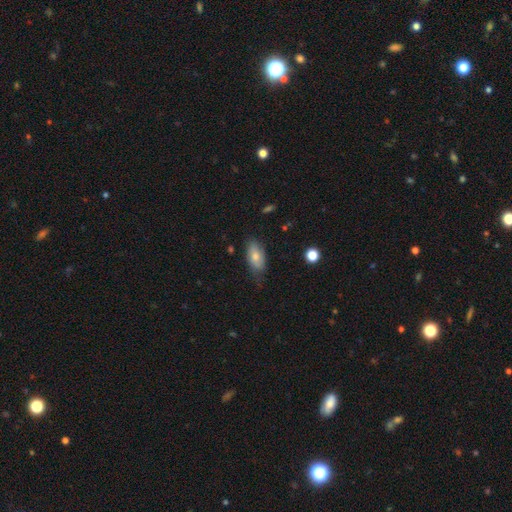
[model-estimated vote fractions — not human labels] The model was most divided on "merging": none: 66%, minor disturbance: 27%, major disturbance: 6%, merger: 2%. More confident: how rounded — in between (87%); smooth or featured — smooth (73%).